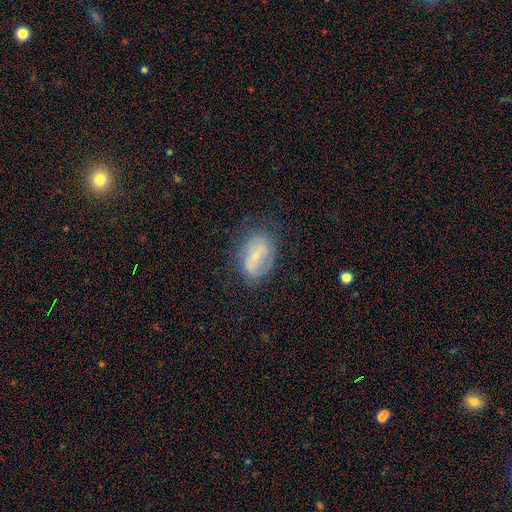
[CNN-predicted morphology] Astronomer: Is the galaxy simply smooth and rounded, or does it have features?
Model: featured or disk — 46% (runner-up: smooth, 45%).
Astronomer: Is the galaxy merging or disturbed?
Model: none — 66%.